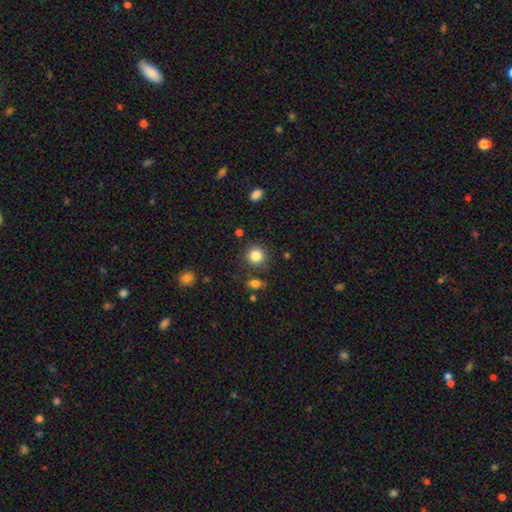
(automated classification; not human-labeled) A smooth galaxy with no disk features (85%) that is round (91%).

Vote fractions:
- Smooth or featured? smooth: 85% / star or artifact: 10% / featured or disk: 5%
- How rounded? round: 91% / in between: 8% / cigar-shaped: 1%
- Merging? none: 83% / minor disturbance: 9% / merger: 4% / major disturbance: 3%